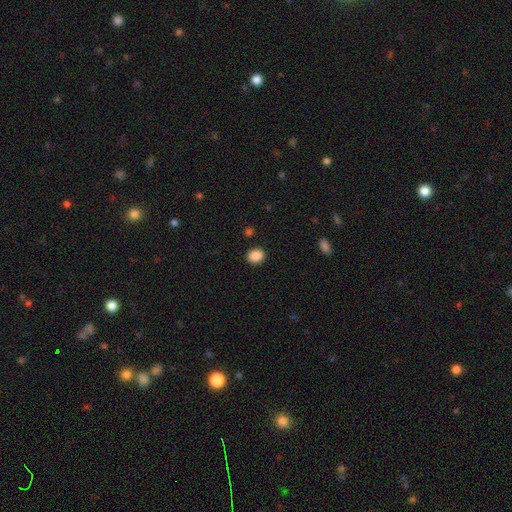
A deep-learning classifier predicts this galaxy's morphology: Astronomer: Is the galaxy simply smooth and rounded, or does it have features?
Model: smooth — 89%.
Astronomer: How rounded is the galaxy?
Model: round — 66%.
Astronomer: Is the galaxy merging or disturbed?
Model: none — 90%.